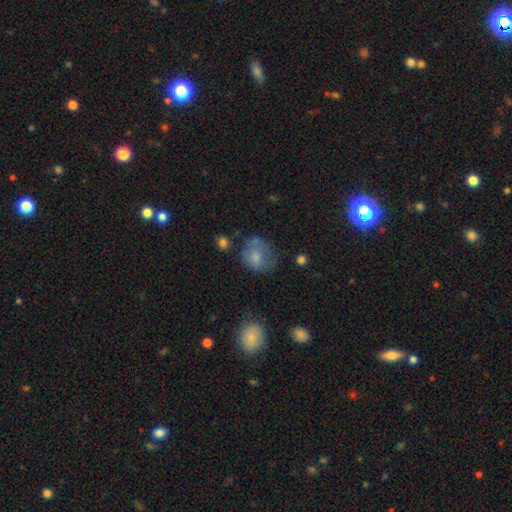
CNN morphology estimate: smooth 71%, featured or disk 19%, star or artifact 10%. Down the decision tree: how rounded — round (64%); merging — none (43%).